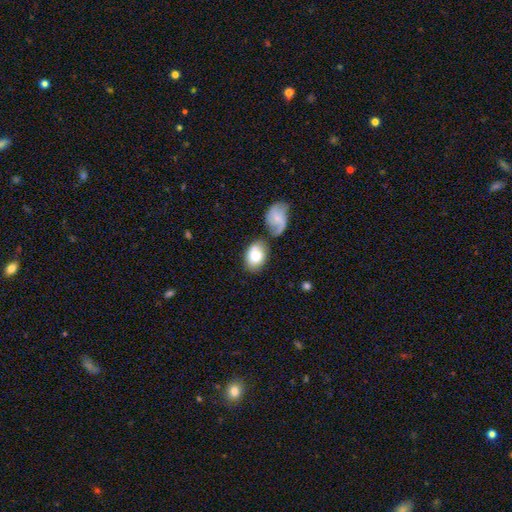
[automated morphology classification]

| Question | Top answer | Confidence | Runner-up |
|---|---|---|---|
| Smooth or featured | smooth | 76% | featured or disk (18%) |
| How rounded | in between | 80% | round (19%) |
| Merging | none | 51% | merger (24%) |